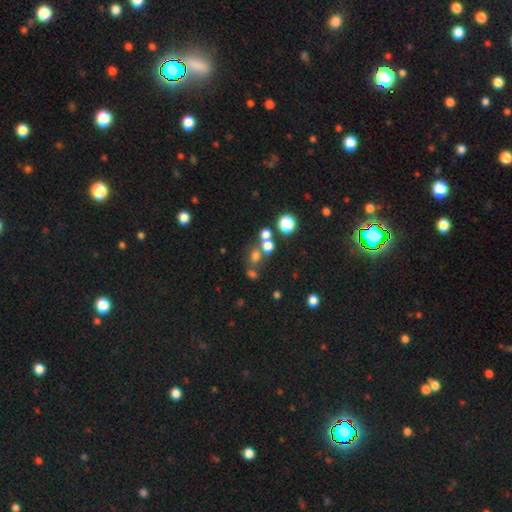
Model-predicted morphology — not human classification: Smooth or featured? Predicted: smooth (p=0.64). How rounded? Predicted: round (p=0.71). Merging? Predicted: none (p=0.54).